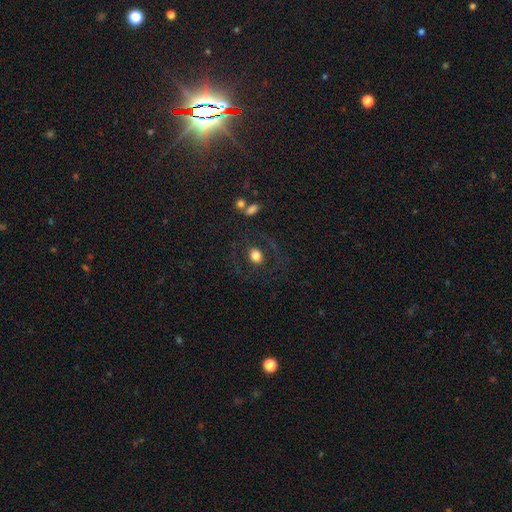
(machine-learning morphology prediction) smooth 73%, featured or disk 17%, star or artifact 10%. Down the decision tree: how rounded — round (56%); merging — none (77%).